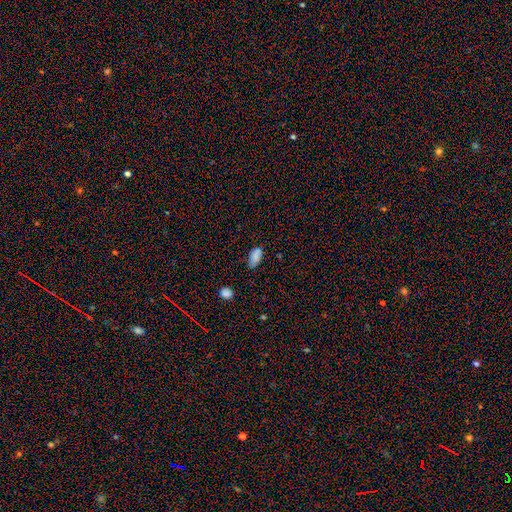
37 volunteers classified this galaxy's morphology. Overall: smooth (78%). How rounded: in between (93%). Merging: minor disturbance (42%; none 30%).